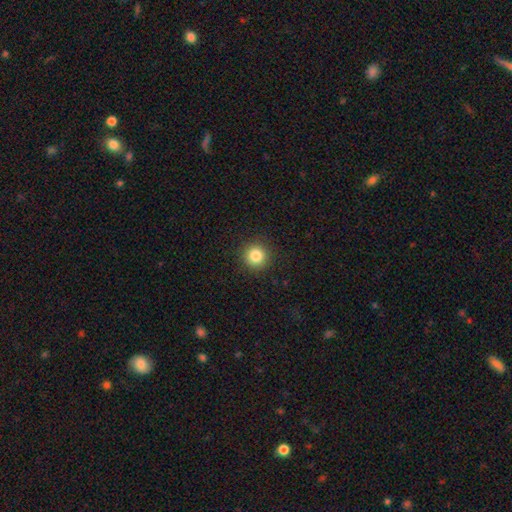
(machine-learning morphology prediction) Smooth or featured: smooth — 84% (star or artifact — 11%)
How rounded: round — 95% (in between — 5%)
Merging: none — 92% (minor disturbance — 5%)